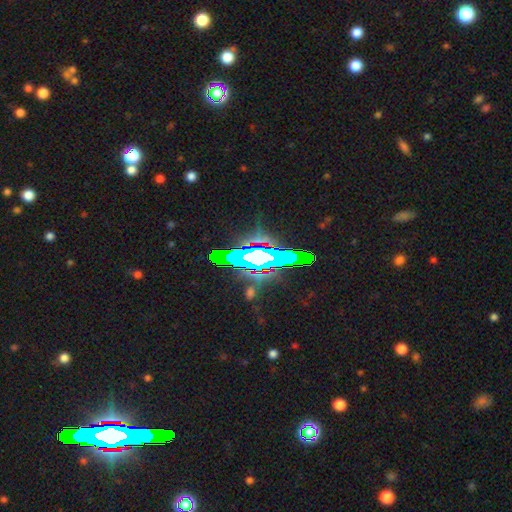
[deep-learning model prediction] A star or artifact, not a galaxy (53%).

Vote fractions:
- Smooth or featured? star or artifact: 53% / featured or disk: 31% / smooth: 16%